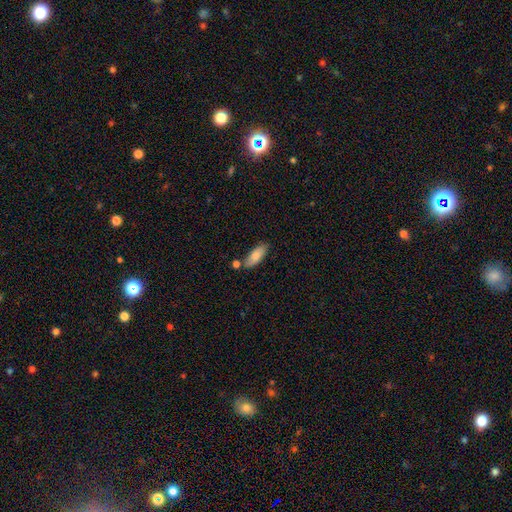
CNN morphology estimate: A smooth galaxy with no disk features (81%) that is in between round and cigar-shaped (72%). Merging: none (69%).